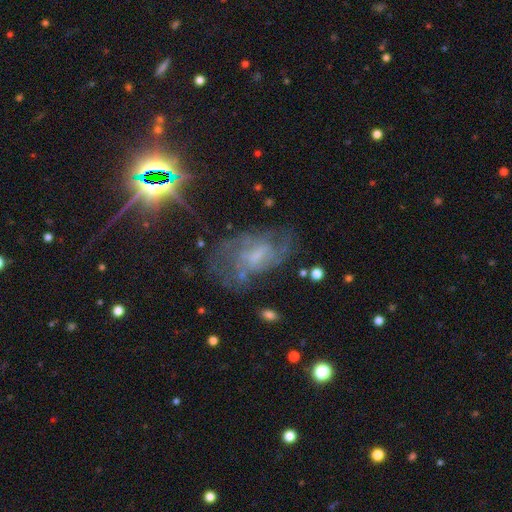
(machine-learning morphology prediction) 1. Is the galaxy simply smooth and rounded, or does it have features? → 66% featured or disk, 18% smooth, 16% star or artifact.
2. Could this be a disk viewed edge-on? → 95% no, 5% yes.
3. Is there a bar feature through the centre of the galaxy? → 48% no, 42% weak, 10% strong.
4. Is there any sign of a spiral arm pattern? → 75% yes, 25% no.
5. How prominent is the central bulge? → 33% none (tied), 33% small (tied), 28% moderate, 5% large, 1% dominant.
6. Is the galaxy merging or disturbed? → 54% none, 21% minor disturbance, 21% major disturbance, 3% merger.